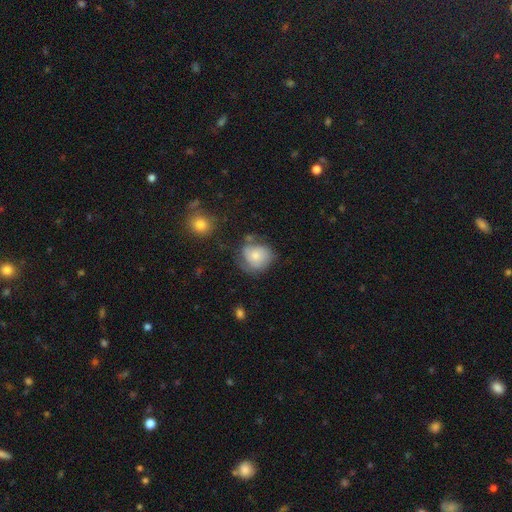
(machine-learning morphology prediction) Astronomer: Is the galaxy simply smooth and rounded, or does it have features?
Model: smooth — 60%.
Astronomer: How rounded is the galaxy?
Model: round — 76%.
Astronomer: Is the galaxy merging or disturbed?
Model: none — 49% (runner-up: minor disturbance, 28%).